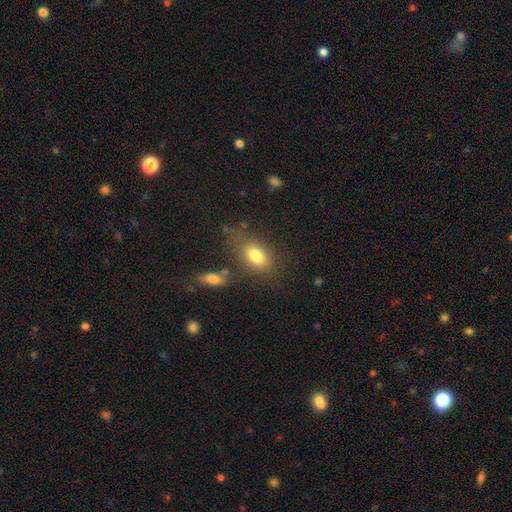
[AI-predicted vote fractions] Smooth or featured? Predicted: smooth (p=0.79). How rounded? Predicted: in between (p=0.81). Merging? Predicted: none (p=0.70).